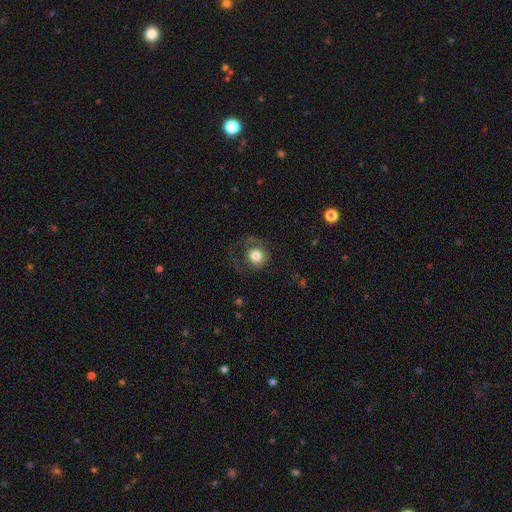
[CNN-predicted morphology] A smooth galaxy with no disk features (71%) that is round (79%).

Vote fractions:
- Smooth or featured? smooth: 71% / featured or disk: 21% / star or artifact: 8%
- How rounded? round: 79% / in between: 20% / cigar-shaped: 1%
- Merging? none: 48% / major disturbance: 31% / minor disturbance: 19% / merger: 2%